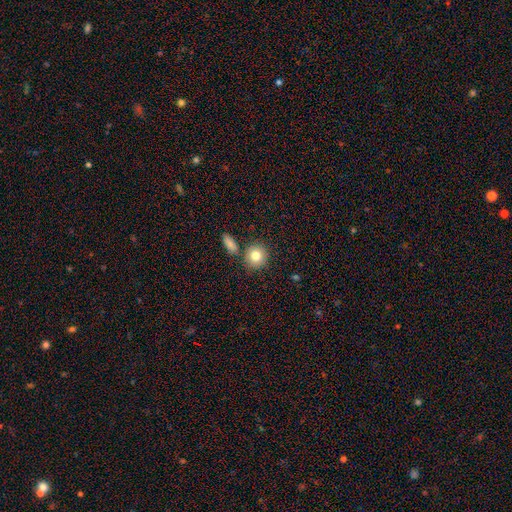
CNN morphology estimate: Overall: smooth (81%). How rounded: round (86%). Merging: none (77%).